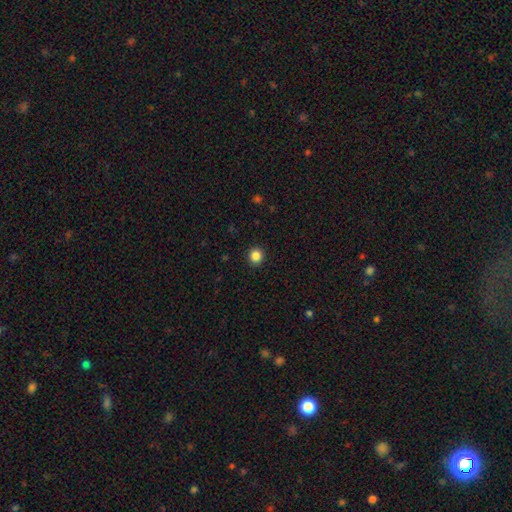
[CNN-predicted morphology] smooth_or_featured: smooth (p=0.85) [alt: star or artifact p=0.11]
how_rounded: round (p=0.92) [alt: in between p=0.07]
merging: none (p=0.93) [alt: minor disturbance p=0.05]